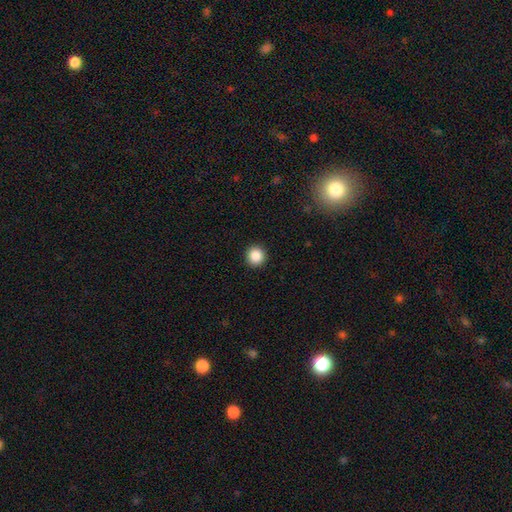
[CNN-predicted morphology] This is clearly a smooth galaxy (87%). How rounded: clearly round (95%). Merging: clearly none (93%).